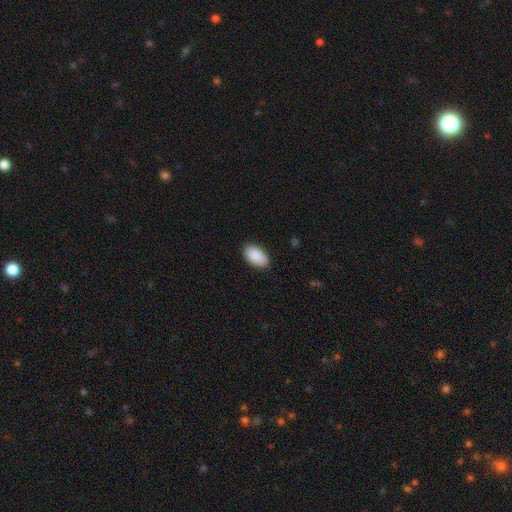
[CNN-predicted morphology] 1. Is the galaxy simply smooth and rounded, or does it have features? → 90% smooth, 6% star or artifact, 4% featured or disk.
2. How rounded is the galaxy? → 95% in between, 3% round, 2% cigar-shaped.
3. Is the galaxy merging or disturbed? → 86% none, 11% minor disturbance, 2% major disturbance, 1% merger.